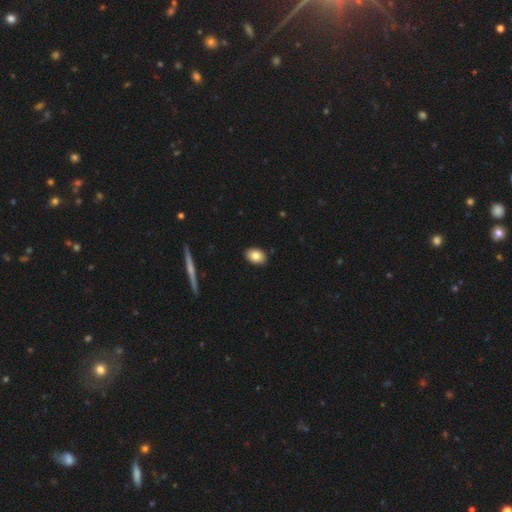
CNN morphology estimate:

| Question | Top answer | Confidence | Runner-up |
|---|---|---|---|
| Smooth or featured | smooth | 82% | featured or disk (10%) |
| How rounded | in between | 81% | round (17%) |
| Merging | none | 90% | minor disturbance (8%) |